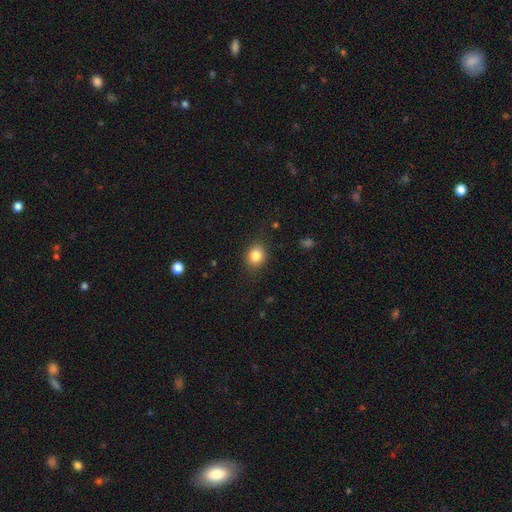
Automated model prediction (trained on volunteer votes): Overall: smooth (84%). How rounded: round (58%; in between 41%). Merging: none (83%).